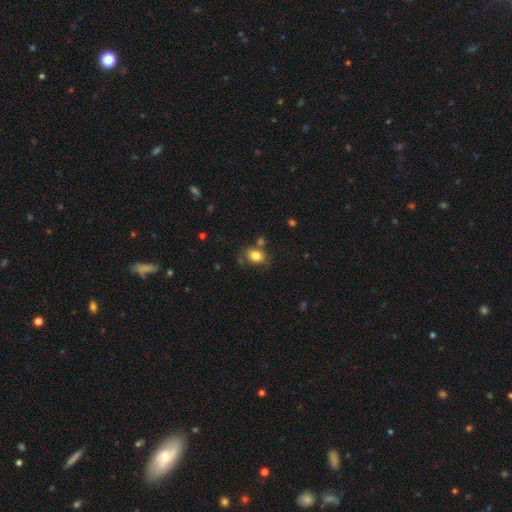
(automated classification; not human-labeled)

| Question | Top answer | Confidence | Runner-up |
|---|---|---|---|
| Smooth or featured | smooth | 81% | star or artifact (10%) |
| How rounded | in between | 62% | round (37%) |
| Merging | none | 68% | minor disturbance (17%) |